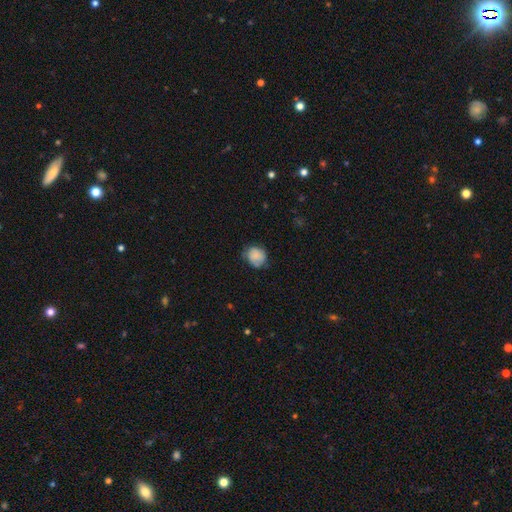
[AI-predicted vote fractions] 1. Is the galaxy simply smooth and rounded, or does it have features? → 76% smooth, 16% featured or disk, 8% star or artifact.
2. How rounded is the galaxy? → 70% round, 29% in between, 1% cigar-shaped.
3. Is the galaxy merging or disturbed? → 60% none, 30% minor disturbance, 8% major disturbance, 1% merger.